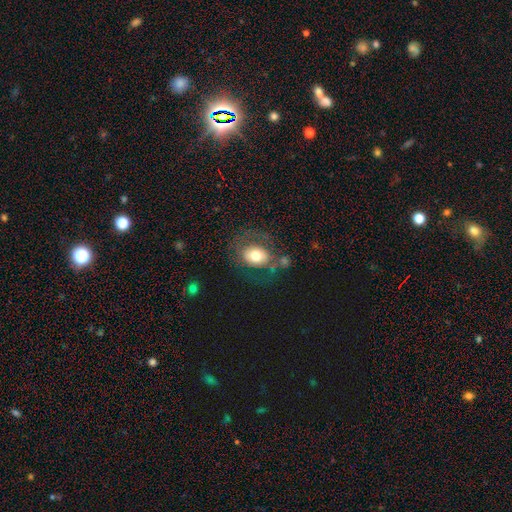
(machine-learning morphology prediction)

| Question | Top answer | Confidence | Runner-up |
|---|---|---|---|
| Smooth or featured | smooth | 60% | featured or disk (31%) |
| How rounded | round | 51% | in between (48%) |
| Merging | none | 57% | minor disturbance (19%) |